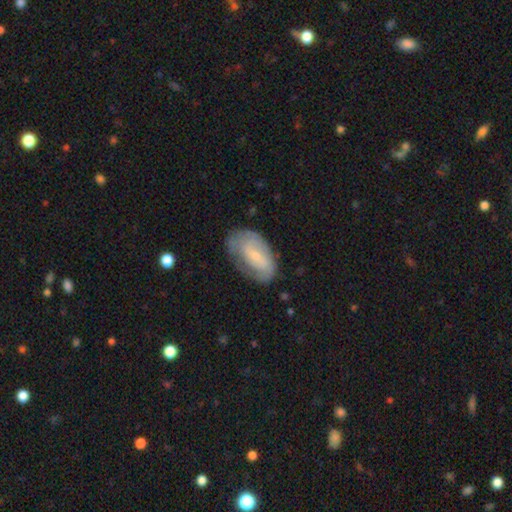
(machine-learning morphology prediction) Smooth or featured?
  - featured or disk: 57% *
  - smooth: 36%
  - star or artifact: 6%
Edge-on disk?
  - no: 94% *
  - yes: 6%
Bar?
  - no: 46% *
  - weak: 40%
  - strong: 14%
Spiral arms?
  - yes: 72% *
  - no: 28%
Bulge size?
  - small: 67% *
  - moderate: 26%
  - none: 4%
  - large: 2%
  - dominant: 1%
Merging?
  - none: 60% *
  - minor disturbance: 26%
  - major disturbance: 12%
  - merger: 2%